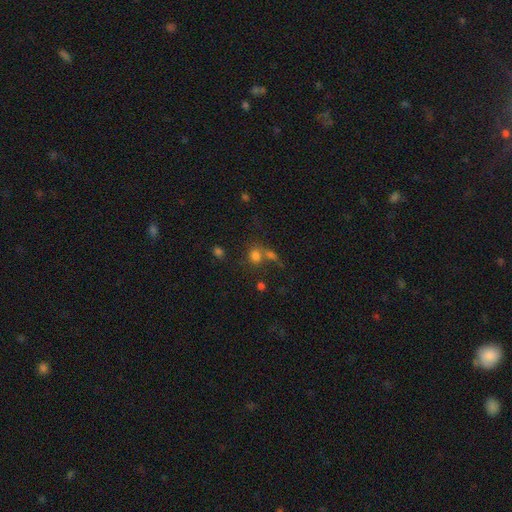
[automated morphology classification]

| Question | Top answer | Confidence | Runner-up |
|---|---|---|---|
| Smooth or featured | smooth | 75% | star or artifact (16%) |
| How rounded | round | 74% | in between (25%) |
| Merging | none | 48% | merger (35%) |